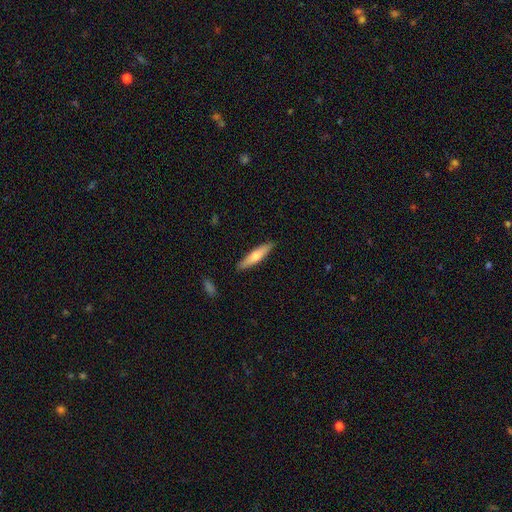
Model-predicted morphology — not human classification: type=smooth (60%); roundness=cigar-shaped (81%); merging=none (88%).